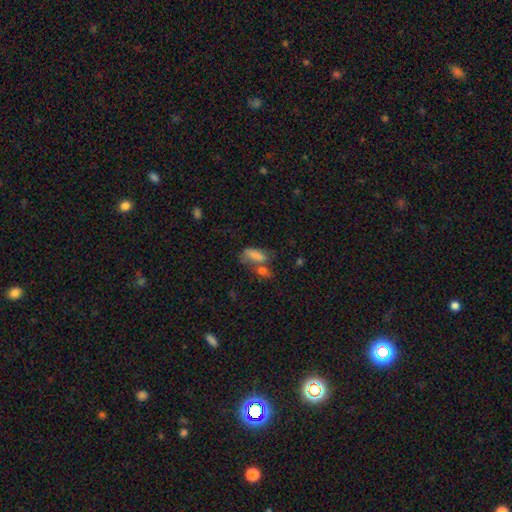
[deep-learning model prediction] Overall: smooth (75%). How rounded: in between (76%). Merging: merger (42%; none 27%).